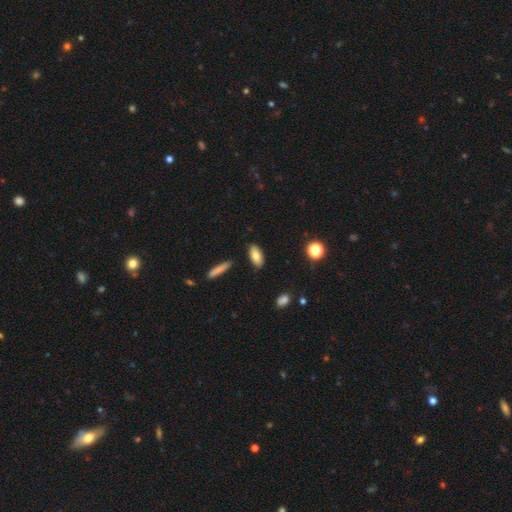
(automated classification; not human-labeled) This appears to be a smooth galaxy with no disk features (78%) that is in between round and cigar-shaped (86%). Merging: none (85%).